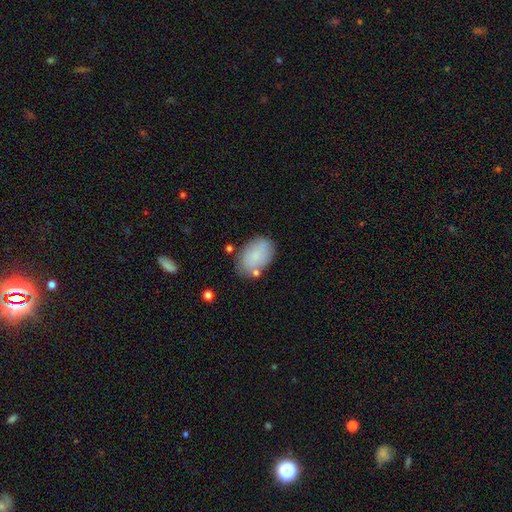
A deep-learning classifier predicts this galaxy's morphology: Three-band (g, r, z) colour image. It shows a smooth galaxy with no disk features (81%) that is in between round and cigar-shaped (91%). Merging: none (71%).